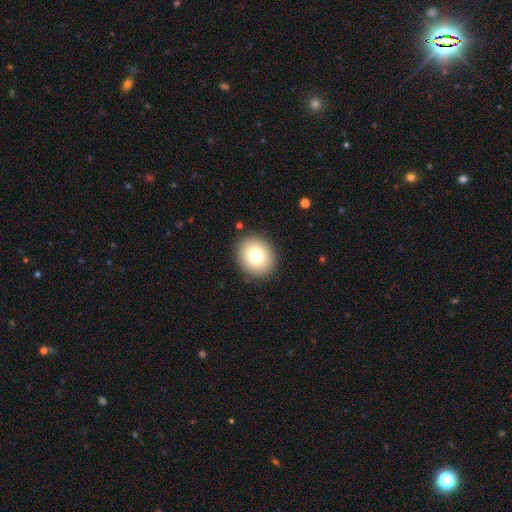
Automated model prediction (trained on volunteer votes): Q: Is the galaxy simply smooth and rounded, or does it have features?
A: smooth — 77%.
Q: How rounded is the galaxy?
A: round — 67%.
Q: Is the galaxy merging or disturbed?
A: none — 90%.